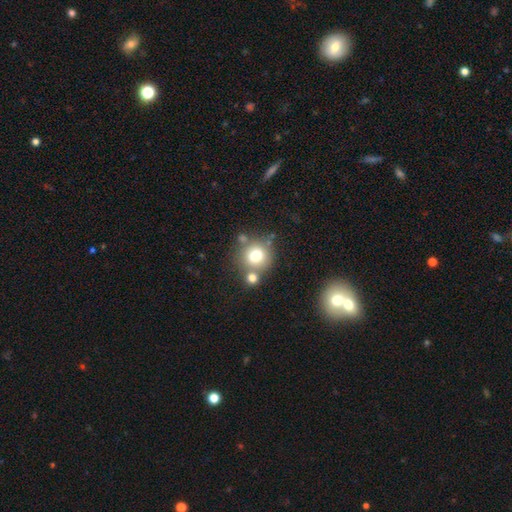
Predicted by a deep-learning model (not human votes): smooth_or_featured: smooth (p=0.75) [alt: featured or disk p=0.13]
how_rounded: round (p=0.87) [alt: in between p=0.12]
merging: none (p=0.63) [alt: merger p=0.21]